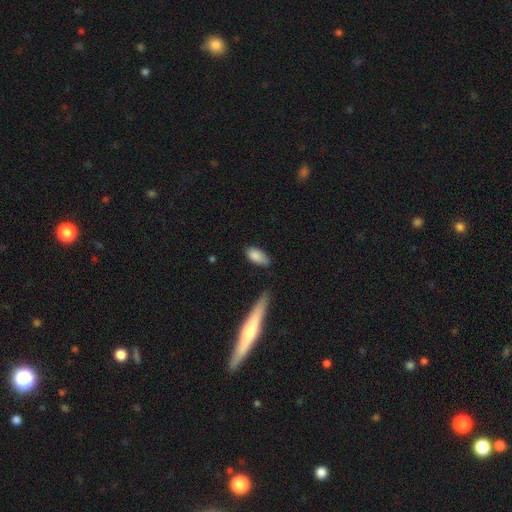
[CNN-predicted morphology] Q: Smooth or featured?
A: smooth (86%); runner-up: featured or disk (8%)
Q: How rounded?
A: in between (90%); runner-up: cigar-shaped (7%)
Q: Merging?
A: none (66%); runner-up: minor disturbance (24%)